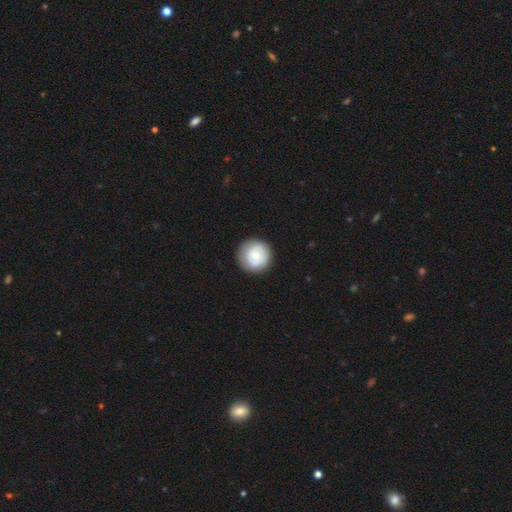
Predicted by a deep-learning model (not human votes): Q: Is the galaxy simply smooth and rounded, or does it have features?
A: smooth — 68%.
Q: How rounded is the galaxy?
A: round — 95%.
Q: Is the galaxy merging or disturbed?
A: none — 86%.